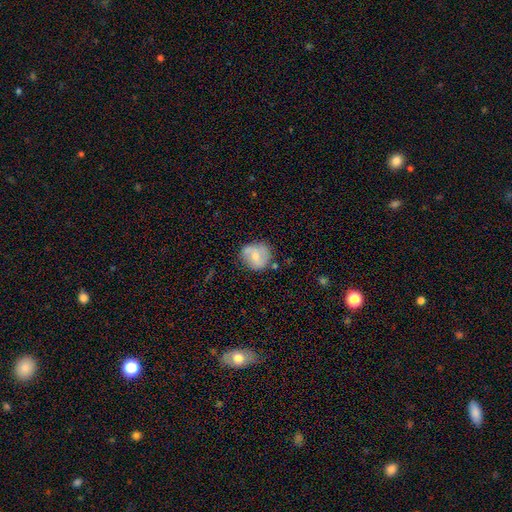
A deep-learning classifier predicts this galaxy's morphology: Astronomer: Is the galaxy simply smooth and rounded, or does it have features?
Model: smooth — 53% (runner-up: featured or disk, 40%).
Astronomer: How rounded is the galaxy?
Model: round — 77%.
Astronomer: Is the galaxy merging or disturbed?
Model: none — 64%.